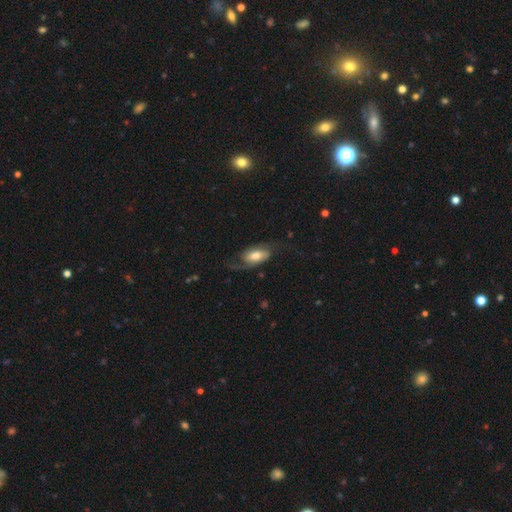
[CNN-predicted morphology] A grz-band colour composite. It shows a featured or disk galaxy (62%) with no bar (46%), 2 (84%) loose (63%) spiral arms (91%) and a moderate central bulge (49%). Merging: none (57%).